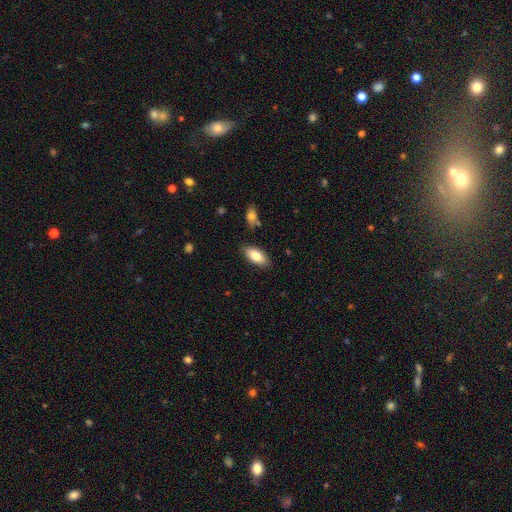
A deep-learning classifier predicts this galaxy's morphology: The model was most divided on "smooth or featured": smooth: 83%, featured or disk: 11%, star or artifact: 6%. More confident: how rounded — in between (89%); merging — none (85%).